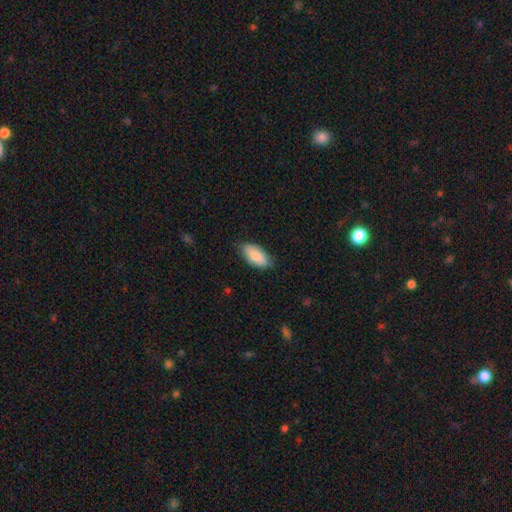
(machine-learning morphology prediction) smooth-or-featured: smooth: 83% | featured or disk: 12% | star or artifact: 6%
  how-rounded: in between: 92% | cigar-shaped: 6% | round: 2%
  merging: none: 80% | minor disturbance: 17% | major disturbance: 3% | merger: 1%